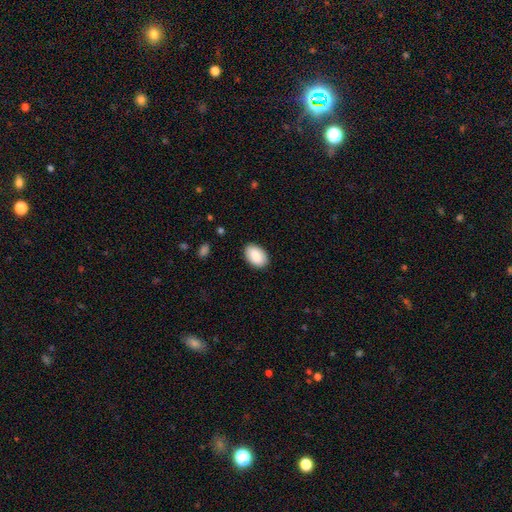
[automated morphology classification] smooth 89%, star or artifact 6%, featured or disk 4%. Down the decision tree: how rounded — in between (92%); merging — none (88%).